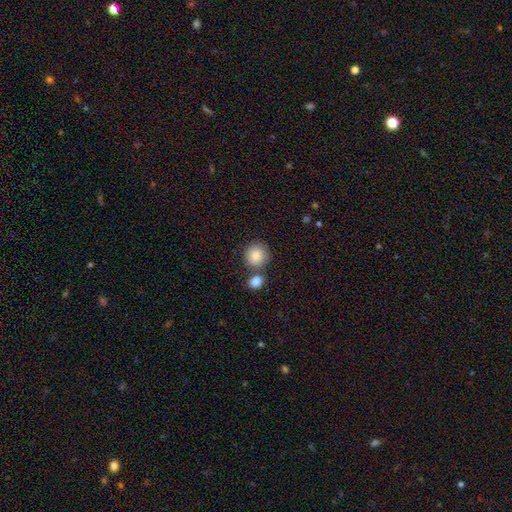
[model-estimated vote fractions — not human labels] Smooth or featured? Predicted: smooth (p=0.87). How rounded? Predicted: round (p=0.89). Merging? Predicted: none (p=0.67).